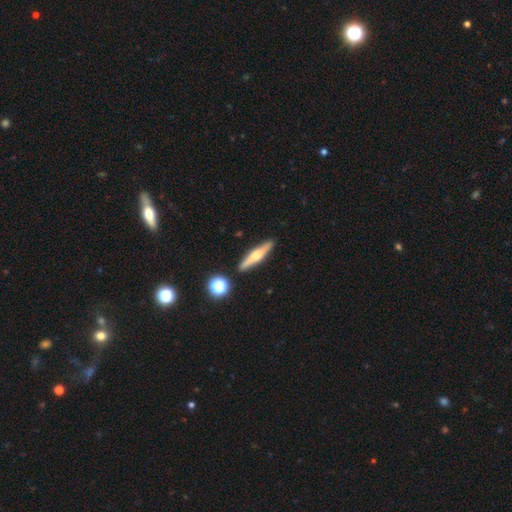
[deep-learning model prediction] Morphology: type=featured or disk (54%); edge-on=yes (96%); edge-on bulge=rounded (85%); merging=none (88%).